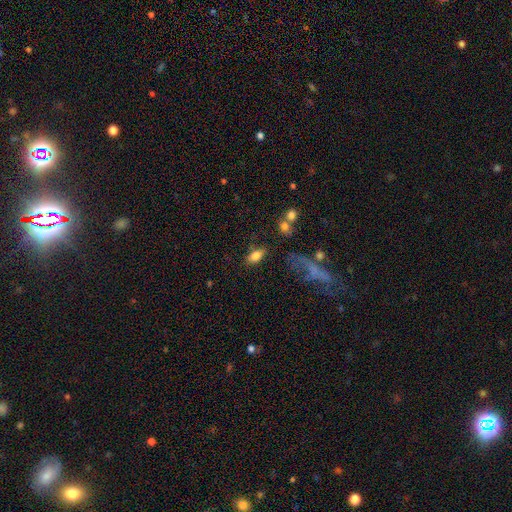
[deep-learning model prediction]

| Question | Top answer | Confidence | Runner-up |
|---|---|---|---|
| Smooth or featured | smooth | 77% | featured or disk (14%) |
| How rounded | in between | 87% | cigar-shaped (8%) |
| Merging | none | 74% | minor disturbance (15%) |